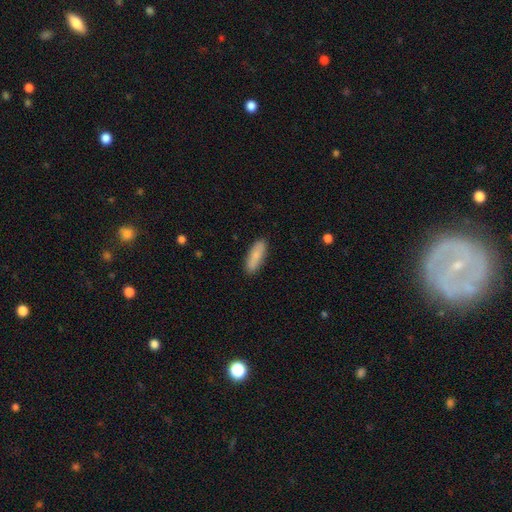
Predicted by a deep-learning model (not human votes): Smooth or featured? Predicted: smooth (p=0.81). How rounded? Predicted: in between (p=0.54). Merging? Predicted: none (p=0.88).